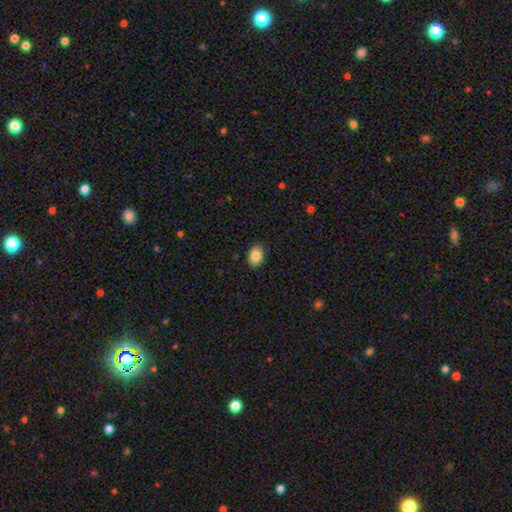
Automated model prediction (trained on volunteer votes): Smooth or featured? smooth (85%)
How rounded? in between (80%)
Merging? none (87%)